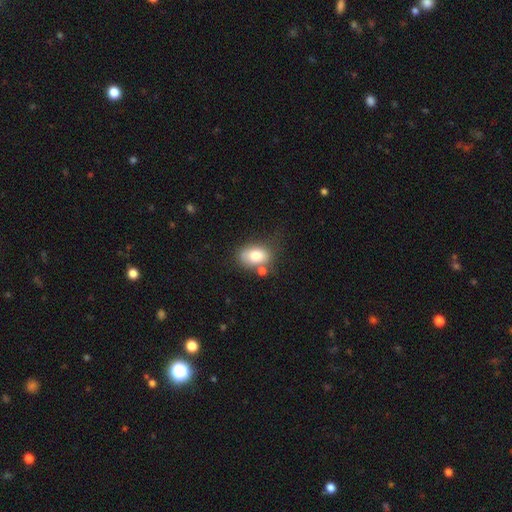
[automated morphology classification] type=smooth (78%); roundness=in between (81%); merging=none (52%).